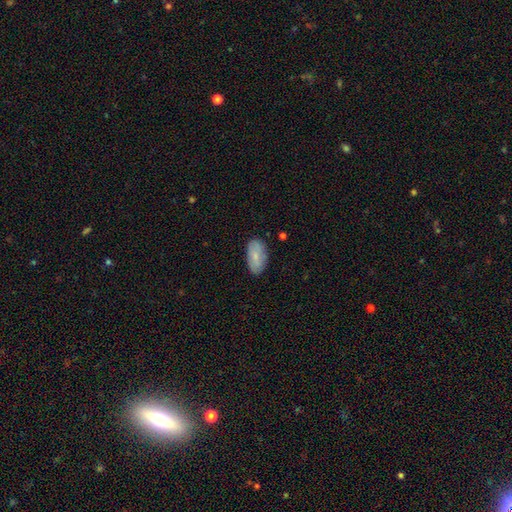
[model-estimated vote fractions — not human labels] A smooth galaxy with no disk features (73%) that is in between round and cigar-shaped (93%). Merging: none (81%).